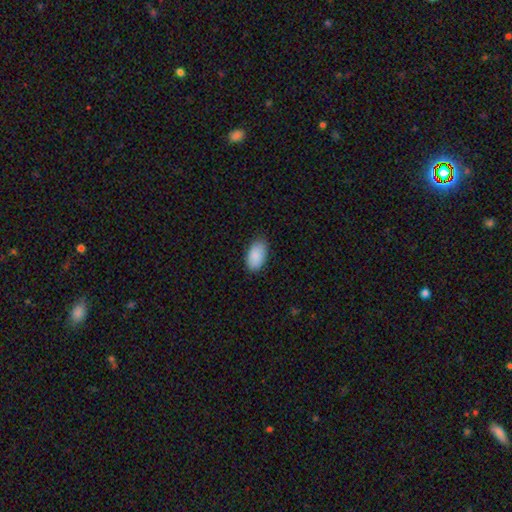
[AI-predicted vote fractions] smooth-or-featured: smooth: 90% | star or artifact: 6% | featured or disk: 4%
  how-rounded: in between: 95% | round: 3% | cigar-shaped: 2%
  merging: none: 84% | minor disturbance: 13% | major disturbance: 2% | merger: 1%